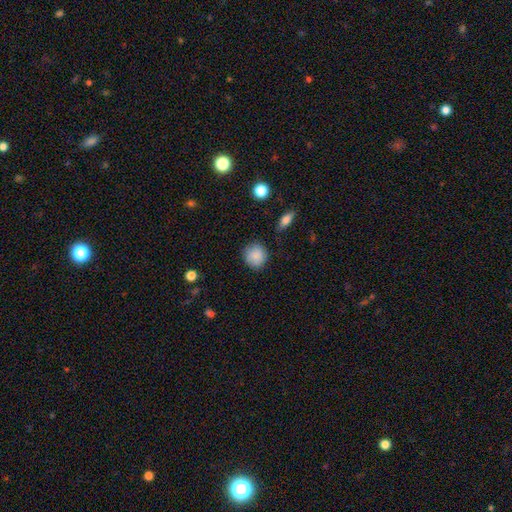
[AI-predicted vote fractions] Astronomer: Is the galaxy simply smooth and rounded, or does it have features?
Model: smooth — 88%.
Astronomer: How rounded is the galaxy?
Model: round — 87%.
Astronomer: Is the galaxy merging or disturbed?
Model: none — 84%.